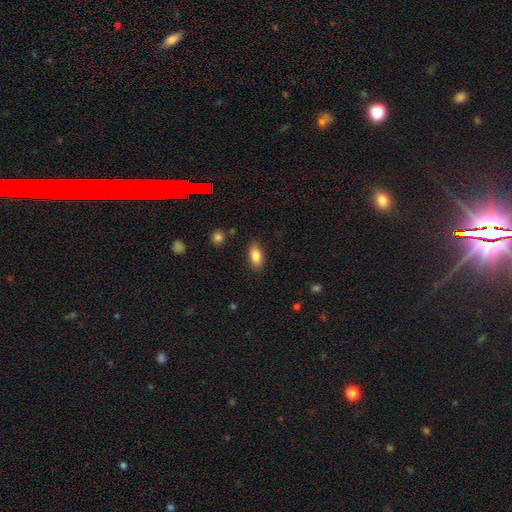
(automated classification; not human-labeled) Q: Smooth or featured?
A: smooth (83%); runner-up: featured or disk (9%)
Q: How rounded?
A: in between (90%); runner-up: cigar-shaped (6%)
Q: Merging?
A: none (86%); runner-up: minor disturbance (10%)